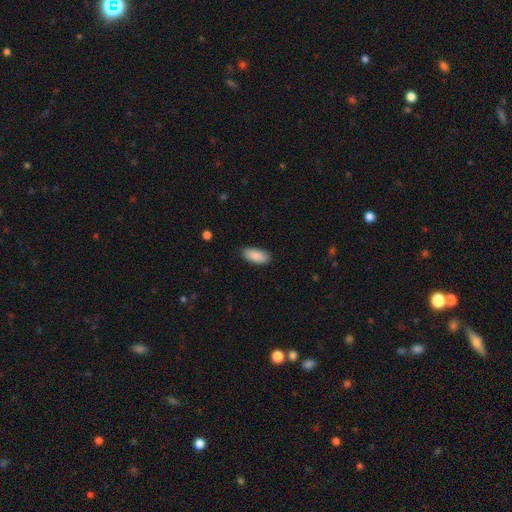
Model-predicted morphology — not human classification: This appears to be a smooth galaxy with no disk features (89%) that is in between round and cigar-shaped (89%). Merging: none (88%).